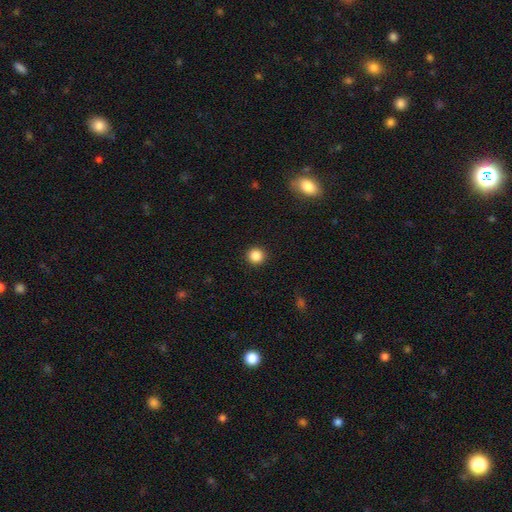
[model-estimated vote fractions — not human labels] This is clearly a smooth galaxy (86%). How rounded: clearly round (94%). Merging: clearly none (92%).